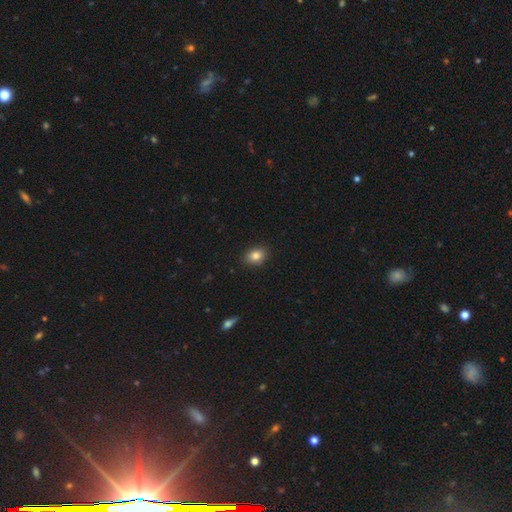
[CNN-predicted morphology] Overall: smooth (83%). How rounded: in between (63%; round 36%). Merging: none (89%).